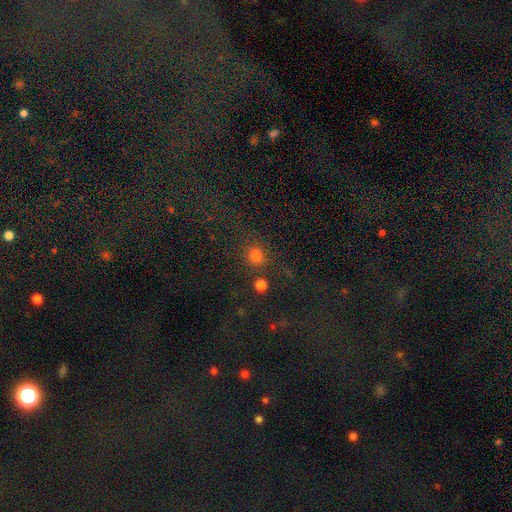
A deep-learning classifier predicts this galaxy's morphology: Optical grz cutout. It shows a smooth galaxy with no disk features (74%) that is round (89%). Merging: none (79%).